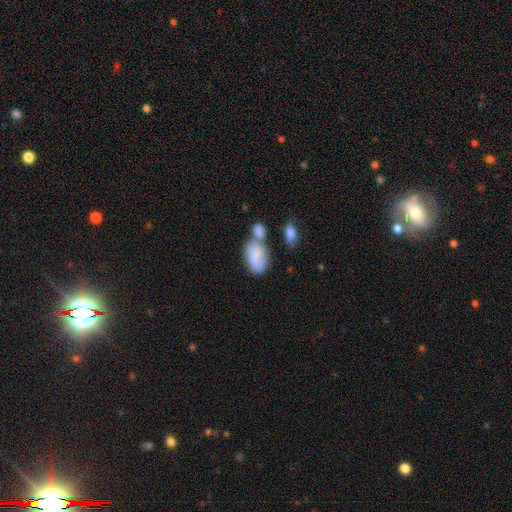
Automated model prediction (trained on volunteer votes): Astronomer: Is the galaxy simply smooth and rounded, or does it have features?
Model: smooth — 79%.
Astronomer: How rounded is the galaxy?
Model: in between — 91%.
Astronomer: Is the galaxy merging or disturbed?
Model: merger — 45% (runner-up: none, 31%).